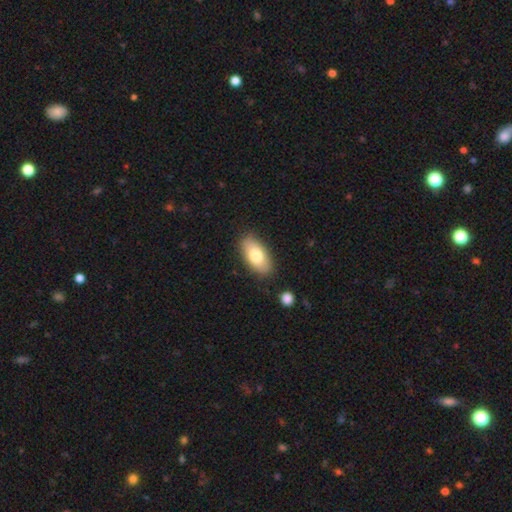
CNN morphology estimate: Smooth or featured? Predicted: smooth (p=0.75). How rounded? Predicted: in between (p=0.92). Merging? Predicted: none (p=0.85).